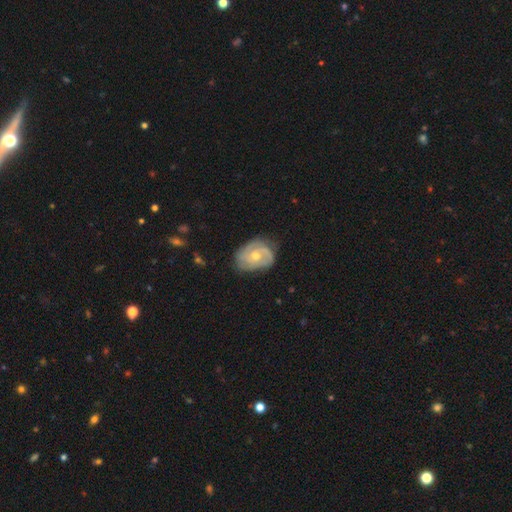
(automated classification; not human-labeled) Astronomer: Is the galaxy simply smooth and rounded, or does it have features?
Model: featured or disk — 78%.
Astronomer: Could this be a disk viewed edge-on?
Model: no — 97%.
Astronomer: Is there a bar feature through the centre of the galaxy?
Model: no — 73%.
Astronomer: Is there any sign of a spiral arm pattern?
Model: yes — 93%.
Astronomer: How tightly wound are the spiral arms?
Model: tight — 54% (runner-up: medium, 35%).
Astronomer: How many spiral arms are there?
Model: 2 — 42% (runner-up: 3, 25%).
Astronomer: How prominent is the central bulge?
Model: moderate — 57% (runner-up: small, 40%).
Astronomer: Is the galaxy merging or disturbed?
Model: none — 66%.